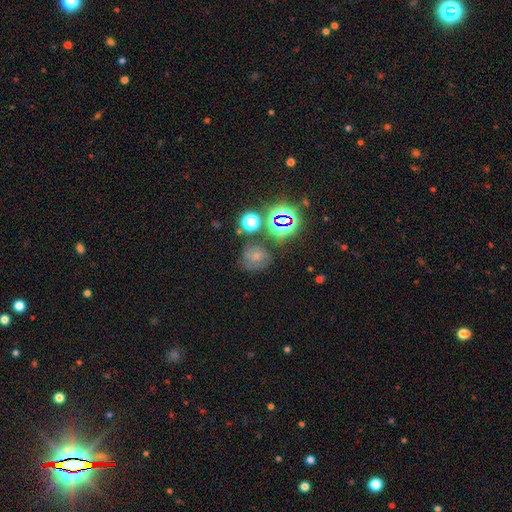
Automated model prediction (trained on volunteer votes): Overall: smooth (49%; star or artifact 29%). Merging: none (57%; minor disturbance 21%).